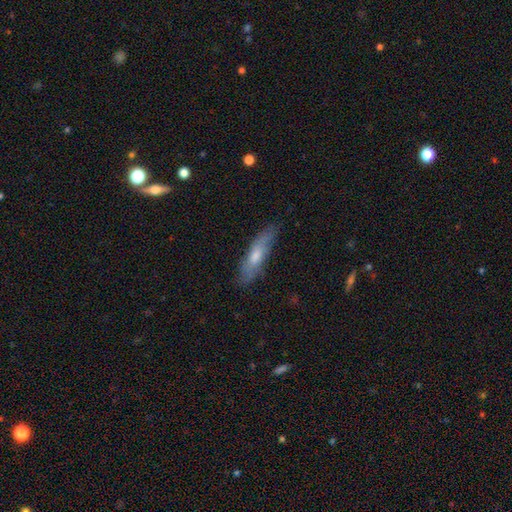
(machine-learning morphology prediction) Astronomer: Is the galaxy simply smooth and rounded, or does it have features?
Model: smooth — 52% (runner-up: featured or disk, 41%).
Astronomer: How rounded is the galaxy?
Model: cigar-shaped — 68%.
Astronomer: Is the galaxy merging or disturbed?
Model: none — 75%.